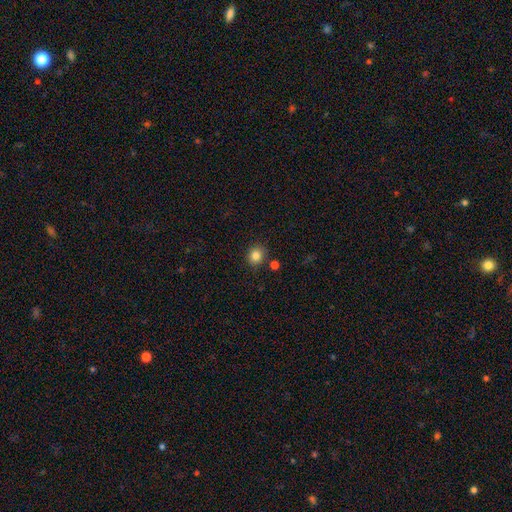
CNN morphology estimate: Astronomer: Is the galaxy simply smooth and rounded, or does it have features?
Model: smooth — 84%.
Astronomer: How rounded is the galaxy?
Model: round — 80%.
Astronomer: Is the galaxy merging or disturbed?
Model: none — 83%.